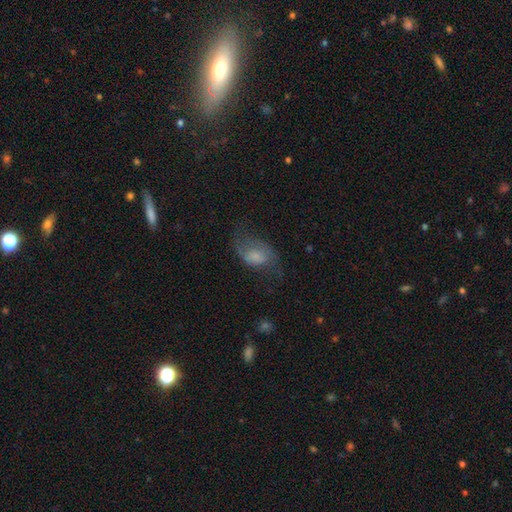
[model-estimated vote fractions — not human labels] Smooth or featured? featured or disk (50%)
Merging? none (46%)